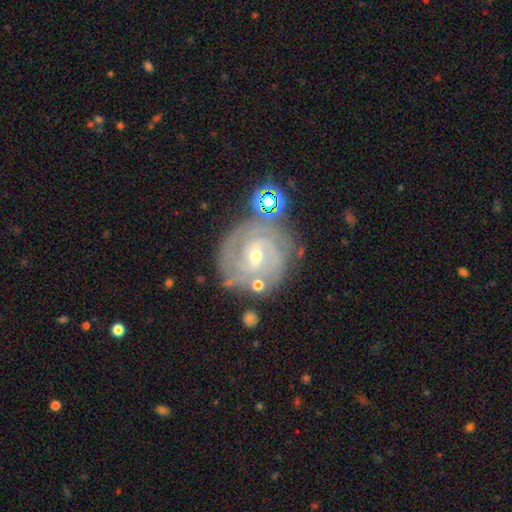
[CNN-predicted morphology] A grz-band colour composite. It shows a featured or disk galaxy (86%) with a weak bar (46%), 2 (33%) tight (72%) spiral arms (97%) and a small central bulge (63%). Merging: none (72%).